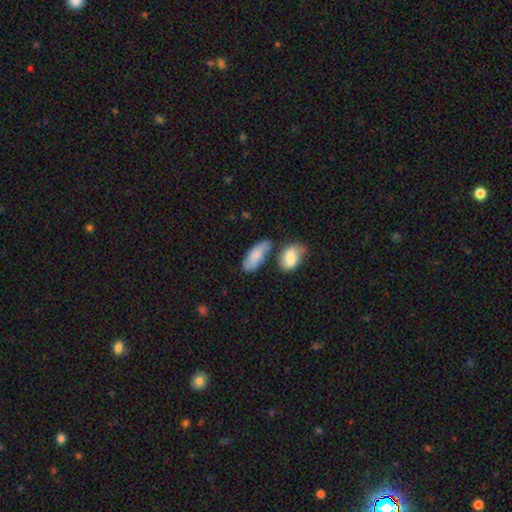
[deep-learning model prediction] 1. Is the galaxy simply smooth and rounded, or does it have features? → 79% smooth, 15% featured or disk, 6% star or artifact.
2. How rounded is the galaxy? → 83% in between, 14% cigar-shaped, 3% round.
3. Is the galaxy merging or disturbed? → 49% none, 24% minor disturbance, 20% merger, 7% major disturbance.